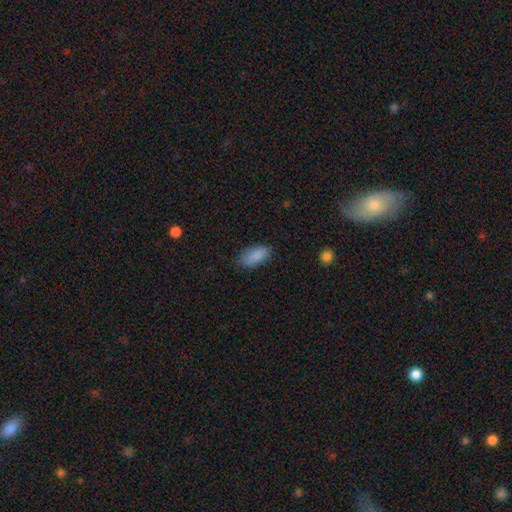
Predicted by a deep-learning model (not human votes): Overall: smooth (88%). How rounded: in between (91%). Merging: none (80%).